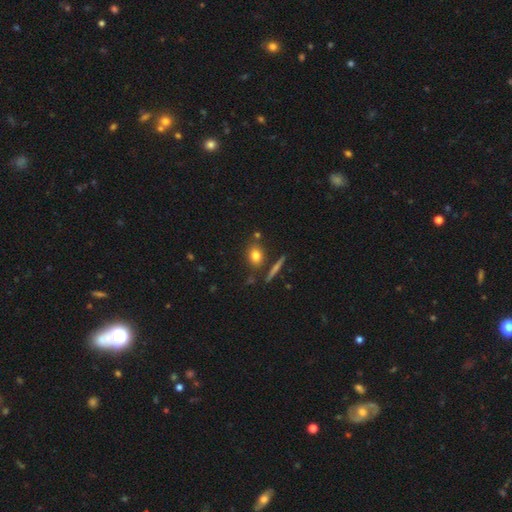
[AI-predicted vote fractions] Smooth or featured? Predicted: smooth (p=0.78). How rounded? Predicted: in between (p=0.51). Merging? Predicted: none (p=0.75).